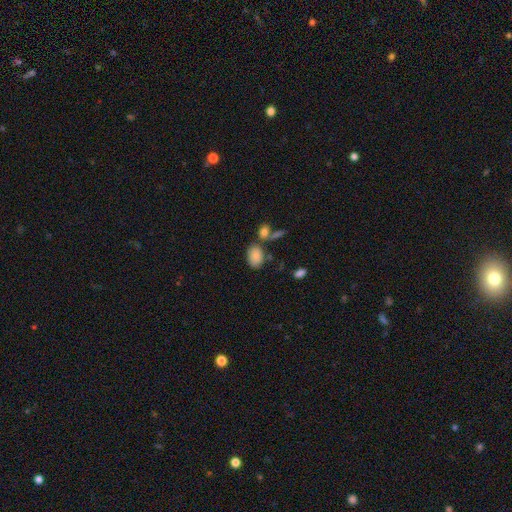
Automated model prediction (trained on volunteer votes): Smooth or featured: smooth — 84% (star or artifact — 8%)
How rounded: in between — 84% (round — 14%)
Merging: none — 60% (merger — 18%)